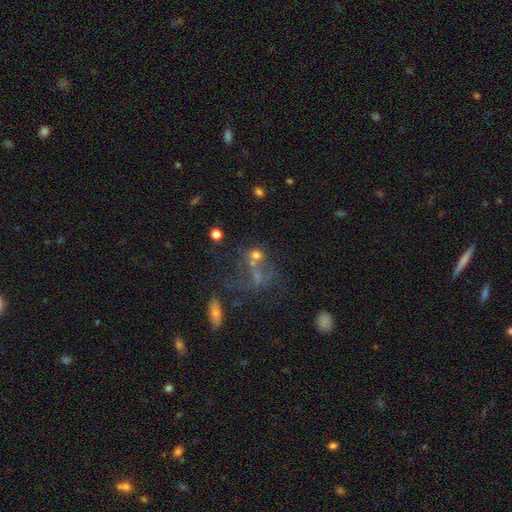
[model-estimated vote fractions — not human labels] Q: Smooth or featured?
A: star or artifact (38%); runner-up: smooth (33%)